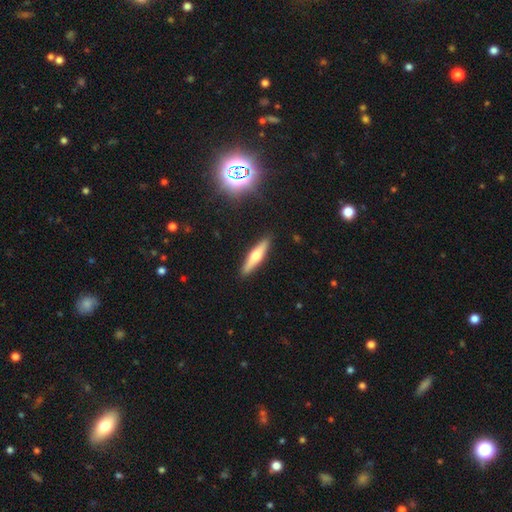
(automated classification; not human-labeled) Smooth or featured? Predicted: featured or disk (p=0.50). Merging? Predicted: none (p=0.90).